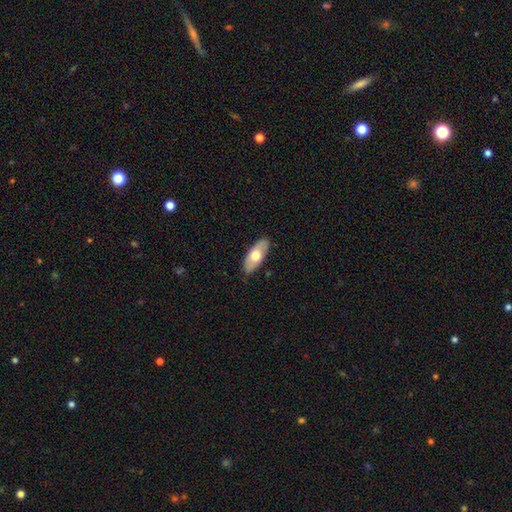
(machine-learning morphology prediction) Smooth or featured? Predicted: smooth (p=0.59). How rounded? Predicted: in between (p=0.85). Merging? Predicted: none (p=0.86).